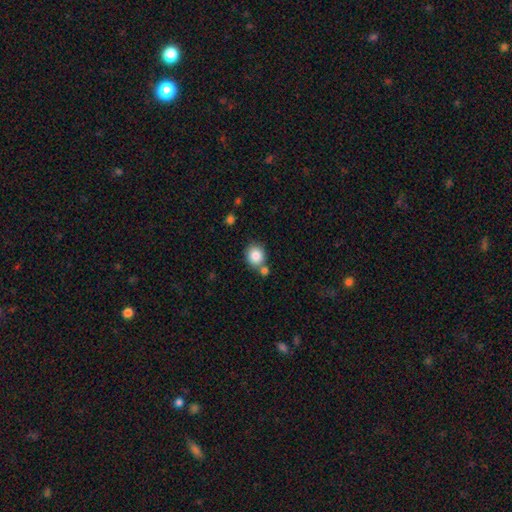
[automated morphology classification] A smooth galaxy with no disk features (85%) that is round (75%).

Vote fractions:
- Smooth or featured? smooth: 85% / star or artifact: 9% / featured or disk: 7%
- How rounded? round: 75% / in between: 24% / cigar-shaped: 1%
- Merging? none: 65% / merger: 20% / minor disturbance: 11% / major disturbance: 3%